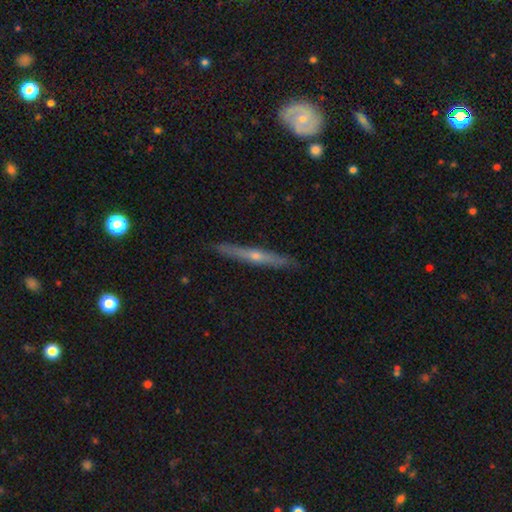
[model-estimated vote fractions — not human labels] smooth-or-featured: featured or disk: 66% | smooth: 28% | star or artifact: 6%
  disk-edge-on: yes: 96% | no: 4%
    edge-on-bulge: rounded: 76% | none: 21% | boxy: 3%
  merging: none: 90% | minor disturbance: 8% | major disturbance: 1% | merger: 1%